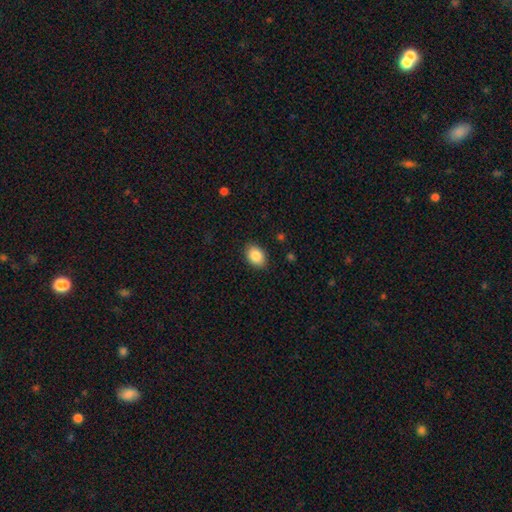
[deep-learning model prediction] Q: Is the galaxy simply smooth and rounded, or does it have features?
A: smooth — 87%.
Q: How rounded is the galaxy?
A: in between — 74%.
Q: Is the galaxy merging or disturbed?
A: none — 88%.